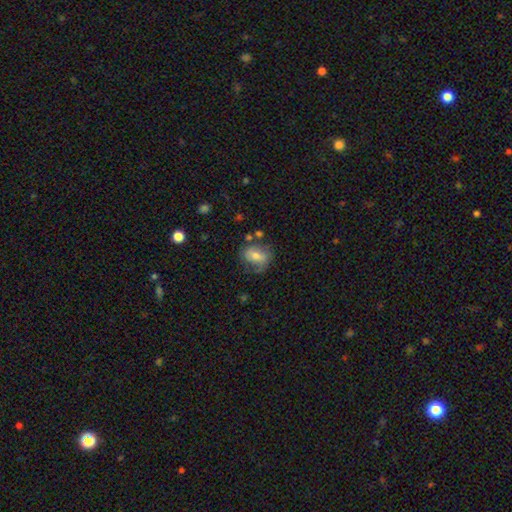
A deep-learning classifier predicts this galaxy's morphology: The model was most divided on "smooth or featured": smooth: 54%, featured or disk: 37%, star or artifact: 9%. More confident: how rounded — in between (61%); merging — none (55%).